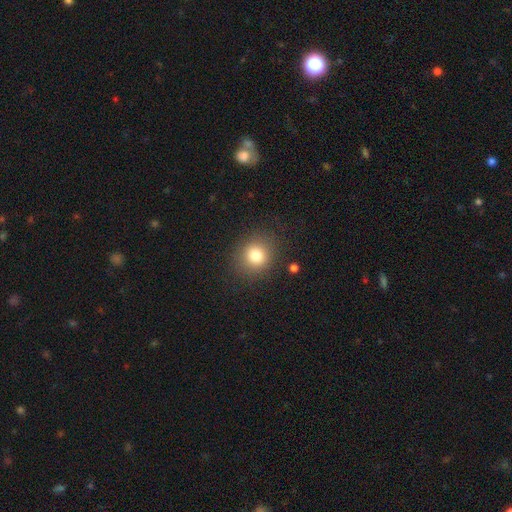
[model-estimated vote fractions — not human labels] smooth 79%, star or artifact 12%, featured or disk 8%. Down the decision tree: how rounded — round (81%); merging — none (85%).